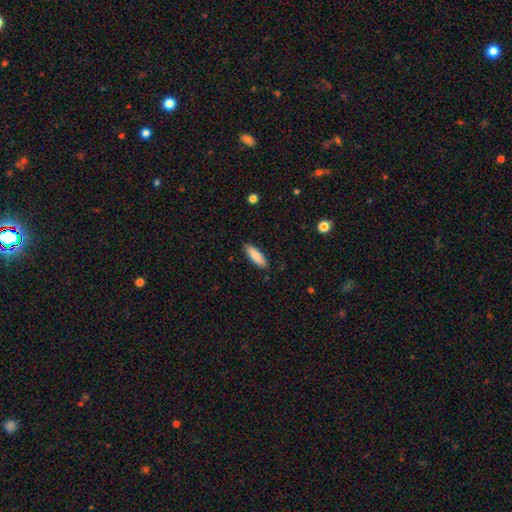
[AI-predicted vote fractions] A smooth galaxy with no disk features (87%) that is in between round and cigar-shaped (53%). Merging: none (88%).